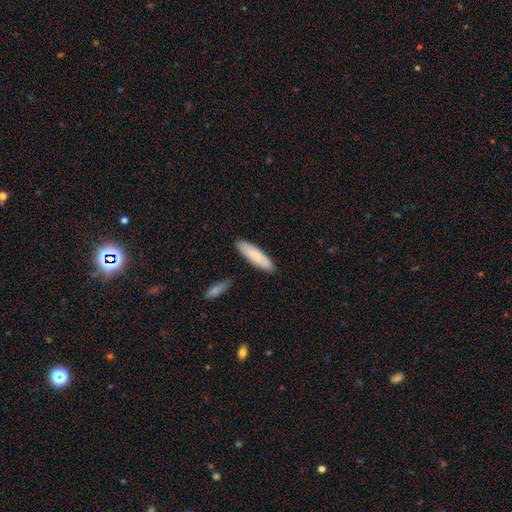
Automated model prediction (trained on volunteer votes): A smooth galaxy with no disk features (84%) that is cigar-shaped (59%).

Vote fractions:
- Smooth or featured? smooth: 84% / featured or disk: 11% / star or artifact: 5%
- How rounded? cigar-shaped: 59% / in between: 40% / round: 1%
- Merging? none: 86% / minor disturbance: 10% / merger: 2% / major disturbance: 2%